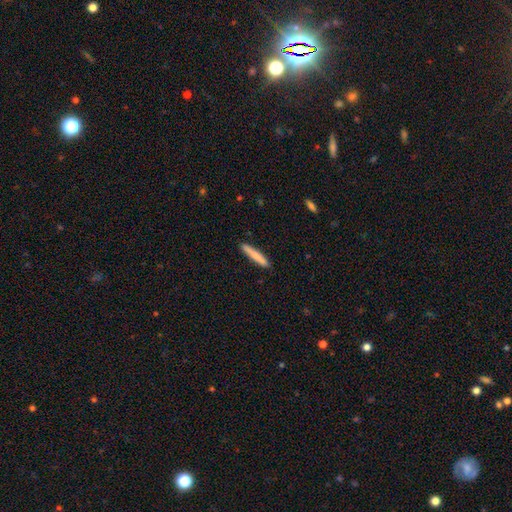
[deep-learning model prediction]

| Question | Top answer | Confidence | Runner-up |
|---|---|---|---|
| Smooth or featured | smooth | 79% | featured or disk (15%) |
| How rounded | cigar-shaped | 94% | in between (5%) |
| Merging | none | 90% | minor disturbance (8%) |